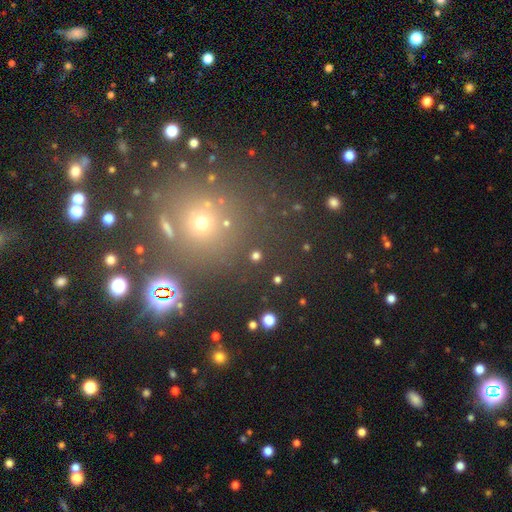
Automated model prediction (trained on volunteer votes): Morphology: type=smooth (70%); roundness=round (91%); merging=none (89%).